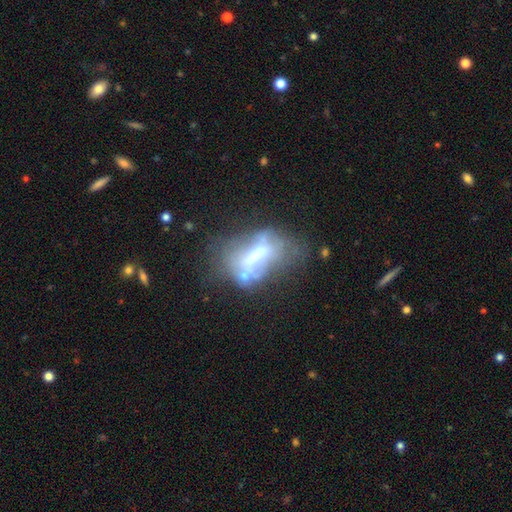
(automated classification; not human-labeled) smooth-or-featured: featured or disk: 57% | smooth: 31% | star or artifact: 12%
  disk-edge-on: no: 84% | yes: 16%
  merging: none: 35% | major disturbance: 28% | minor disturbance: 22% | merger: 16%